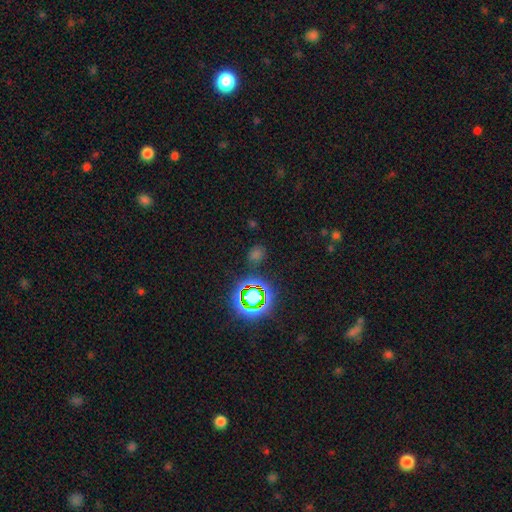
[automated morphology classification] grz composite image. It shows a star or artifact, not a galaxy (53%).